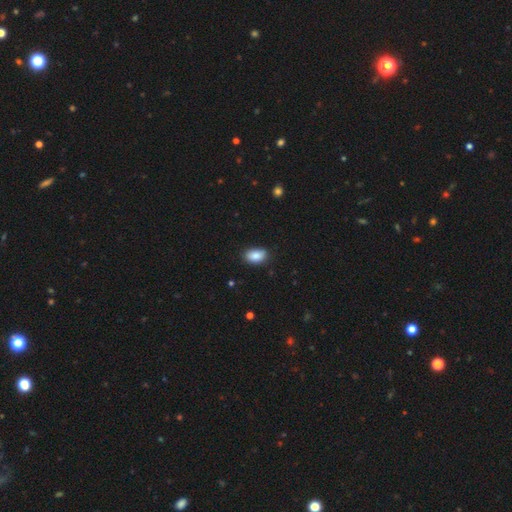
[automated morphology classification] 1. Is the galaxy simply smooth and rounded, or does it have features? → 87% smooth, 8% star or artifact, 5% featured or disk.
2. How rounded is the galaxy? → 90% in between, 9% round, 2% cigar-shaped.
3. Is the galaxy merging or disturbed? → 82% none, 15% minor disturbance, 2% major disturbance, 1% merger.